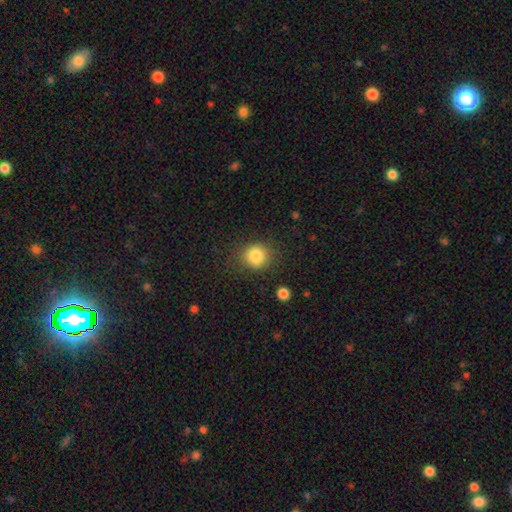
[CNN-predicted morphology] smooth_or_featured: smooth (p=0.83) [alt: star or artifact p=0.11]
how_rounded: round (p=0.85) [alt: in between p=0.14]
merging: none (p=0.83) [alt: minor disturbance p=0.11]